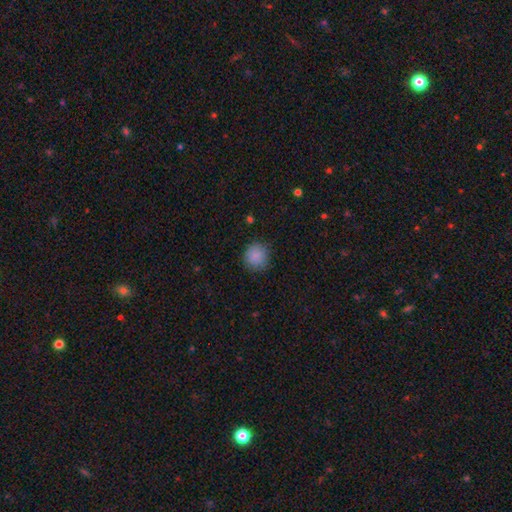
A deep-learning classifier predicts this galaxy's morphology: Smooth or featured? smooth (87%)
How rounded? round (90%)
Merging? none (86%)